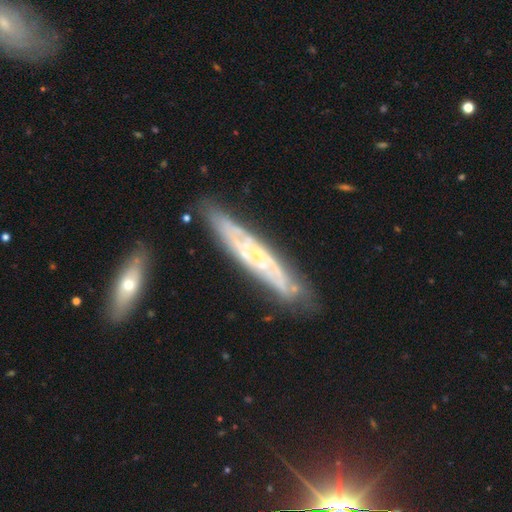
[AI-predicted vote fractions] This is likely a featured or disk galaxy (79%). It is possibly not viewed edge-on (57%). Merging: likely none (75%).